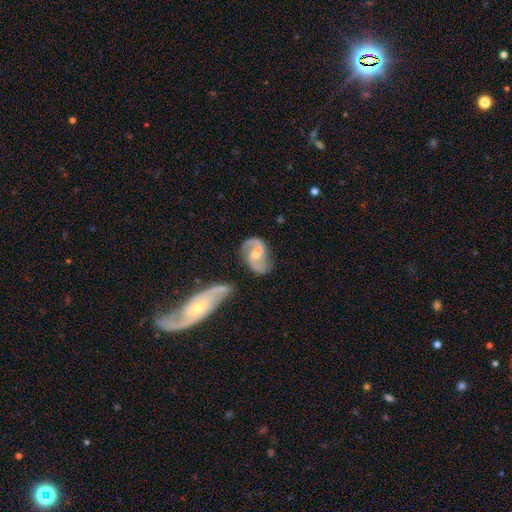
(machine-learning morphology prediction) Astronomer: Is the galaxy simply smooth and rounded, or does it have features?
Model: featured or disk — 84%.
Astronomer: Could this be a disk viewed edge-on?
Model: no — 97%.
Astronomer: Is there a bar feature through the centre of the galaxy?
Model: weak — 45% (runner-up: no, 38%).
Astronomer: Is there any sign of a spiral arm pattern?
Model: yes — 93%.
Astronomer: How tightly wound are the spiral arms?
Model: medium — 46% (runner-up: loose, 40%).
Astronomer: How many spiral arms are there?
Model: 2 — 90%.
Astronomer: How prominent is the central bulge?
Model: small — 50% (runner-up: moderate, 43%).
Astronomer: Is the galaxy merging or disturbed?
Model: none — 50%.